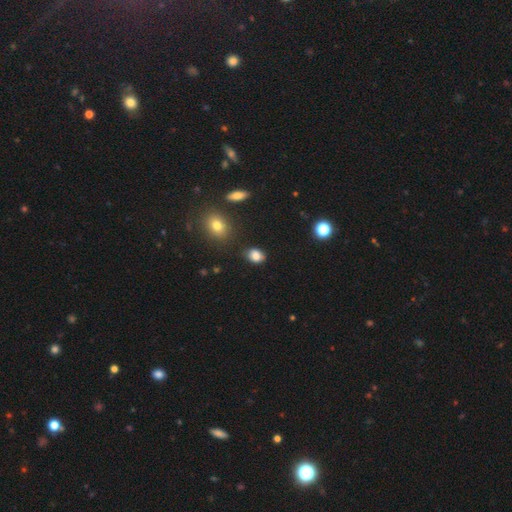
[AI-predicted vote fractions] Q: Smooth or featured?
A: smooth (83%); runner-up: star or artifact (11%)
Q: How rounded?
A: in between (64%); runner-up: round (34%)
Q: Merging?
A: none (74%); runner-up: minor disturbance (18%)